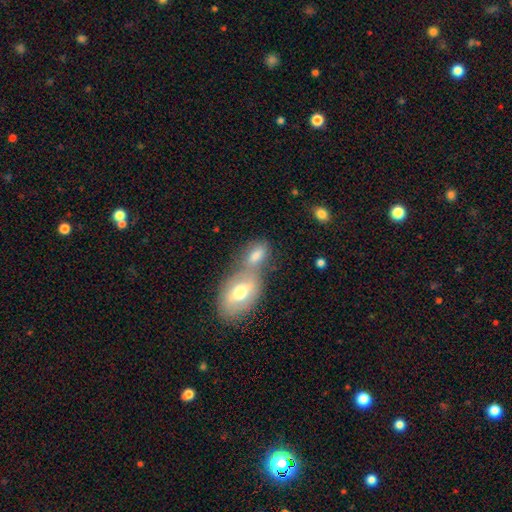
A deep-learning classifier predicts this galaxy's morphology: type=smooth (68%); roundness=in between (86%); merging=merger (58%).